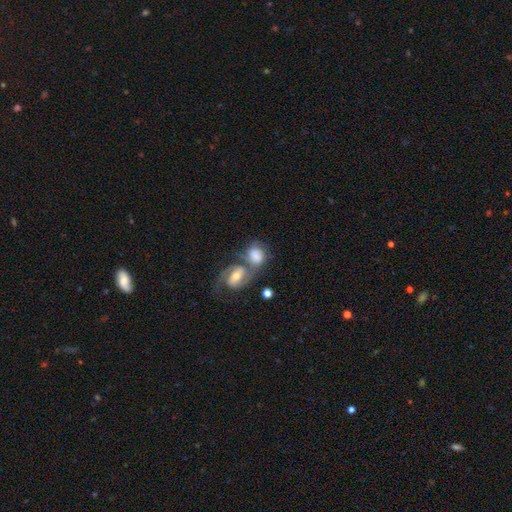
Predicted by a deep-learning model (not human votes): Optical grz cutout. It shows a featured or disk galaxy (55%) with no bar (41%), spiral arms (88%) and a moderate central bulge (42%). Merging: merger (63%).